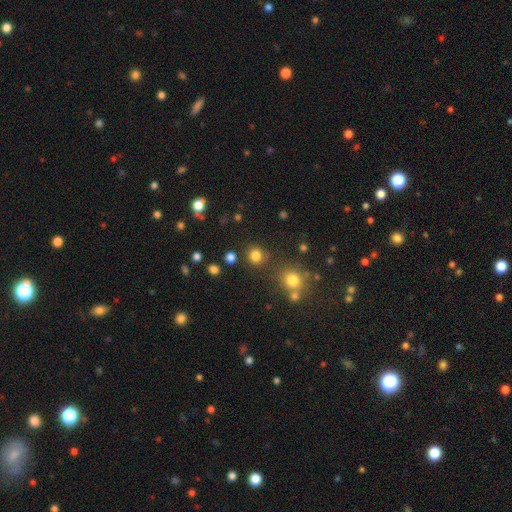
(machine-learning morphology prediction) type=smooth (80%); roundness=round (90%); merging=none (81%).